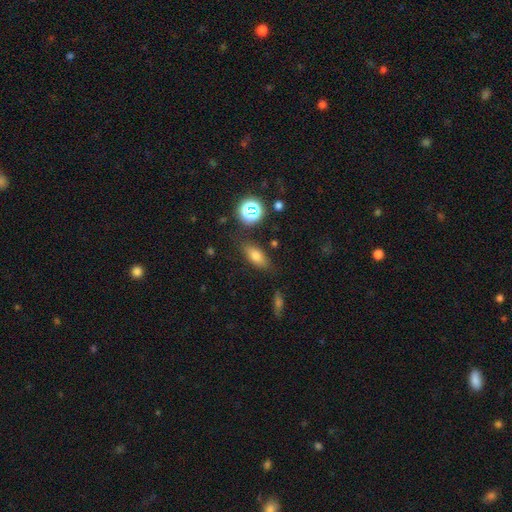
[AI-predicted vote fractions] The model was most divided on "smooth or featured": smooth: 72%, featured or disk: 14%, star or artifact: 14%. More confident: merging — none (79%); how rounded — in between (75%).